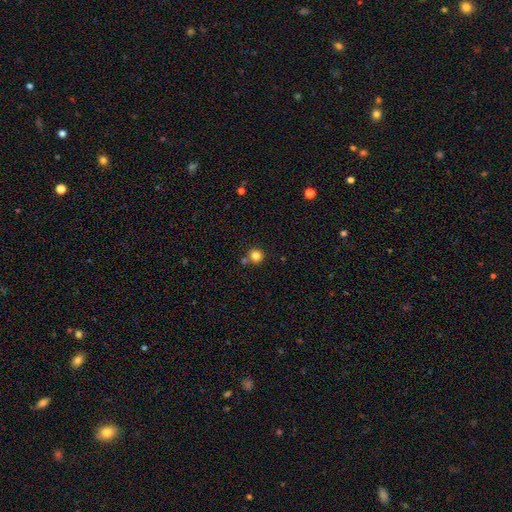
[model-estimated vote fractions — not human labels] Smooth or featured? Predicted: smooth (p=0.82). How rounded? Predicted: round (p=0.94). Merging? Predicted: none (p=0.77).